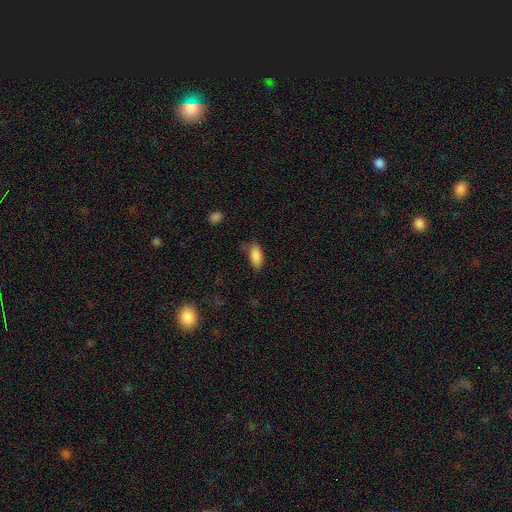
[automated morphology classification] type=smooth (88%); roundness=in between (92%); merging=none (71%).